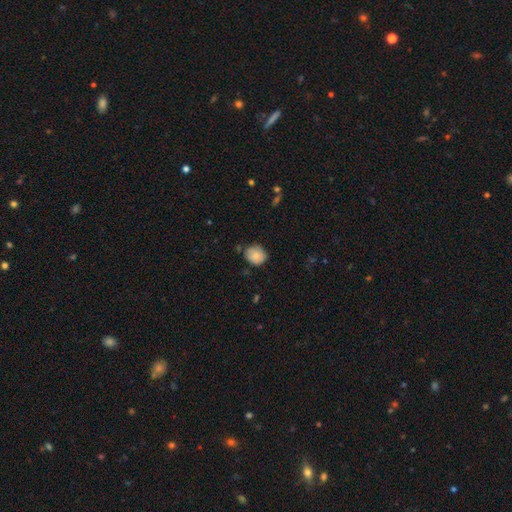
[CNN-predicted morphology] smooth-or-featured: smooth: 79% | featured or disk: 13% | star or artifact: 8%
  how-rounded: round: 66% | in between: 33% | cigar-shaped: 1%
  merging: none: 70% | minor disturbance: 24% | major disturbance: 3% | merger: 3%